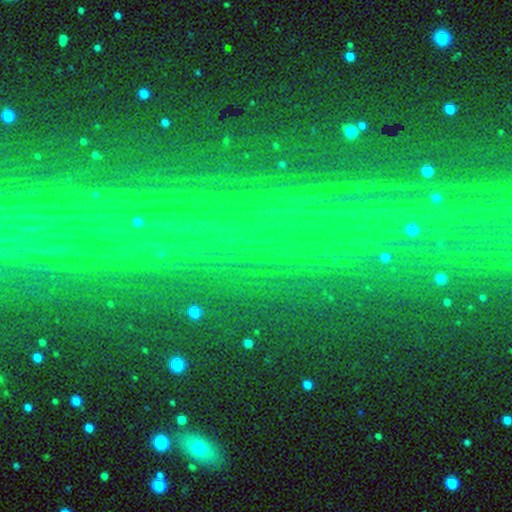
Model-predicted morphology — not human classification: star or artifact 84%, featured or disk 8%, smooth 8%.